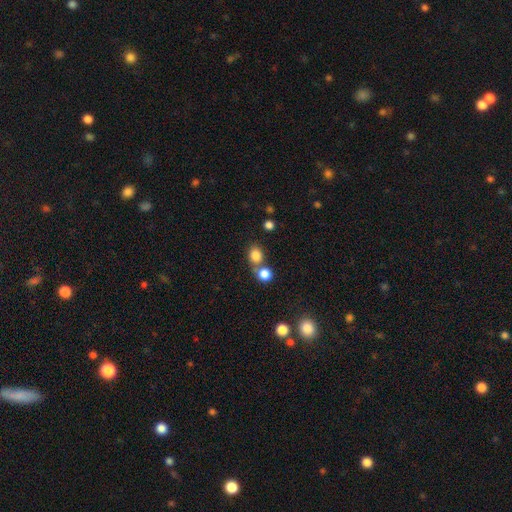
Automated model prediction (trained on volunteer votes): A smooth galaxy with no disk features (82%) that is round (65%).

Vote fractions:
- Smooth or featured? smooth: 82% / star or artifact: 11% / featured or disk: 6%
- How rounded? round: 65% / in between: 34% / cigar-shaped: 1%
- Merging? none: 50% / merger: 37% / minor disturbance: 9% / major disturbance: 4%